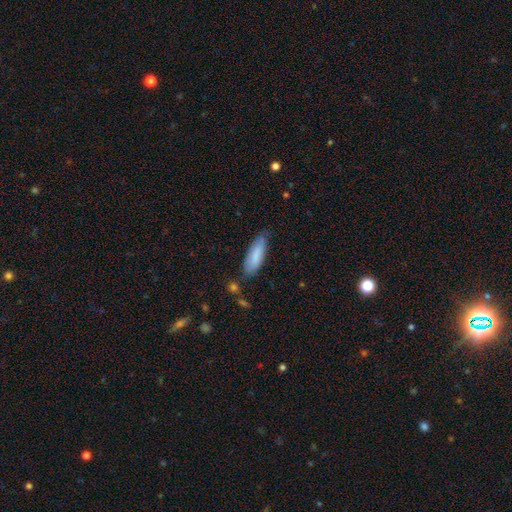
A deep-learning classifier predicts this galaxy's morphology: Smooth or featured? Predicted: smooth (p=0.83). How rounded? Predicted: in between (p=0.54). Merging? Predicted: none (p=0.74).